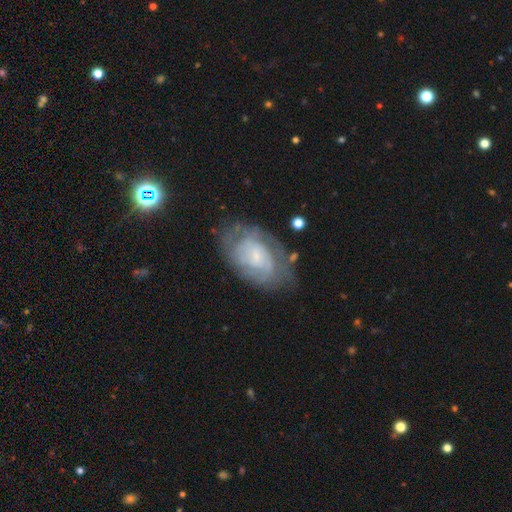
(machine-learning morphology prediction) Smooth or featured? Predicted: featured or disk (p=0.69). Edge-on disk? Predicted: no (p=0.96). Bar? Predicted: no (p=0.65). Spiral arms? Predicted: yes (p=0.80). Spiral winding? Predicted: tight (p=0.59). Spiral arm count? Predicted: can't tell (p=0.55). Bulge size? Predicted: small (p=0.63). Merging? Predicted: none (p=0.66).